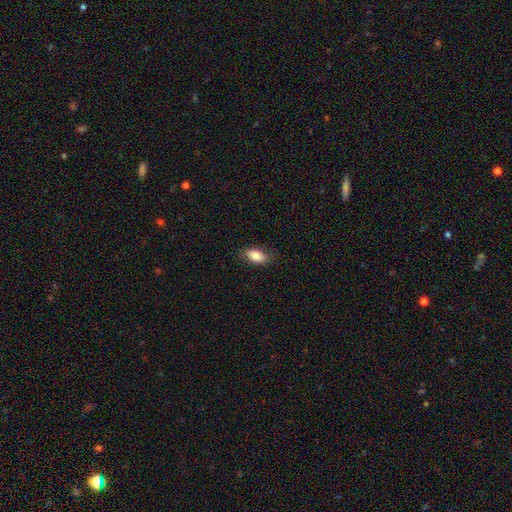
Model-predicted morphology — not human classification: smooth_or_featured: smooth (p=0.82) [alt: featured or disk p=0.11]
how_rounded: in between (p=0.90) [alt: round p=0.06]
merging: none (p=0.78) [alt: minor disturbance p=0.17]